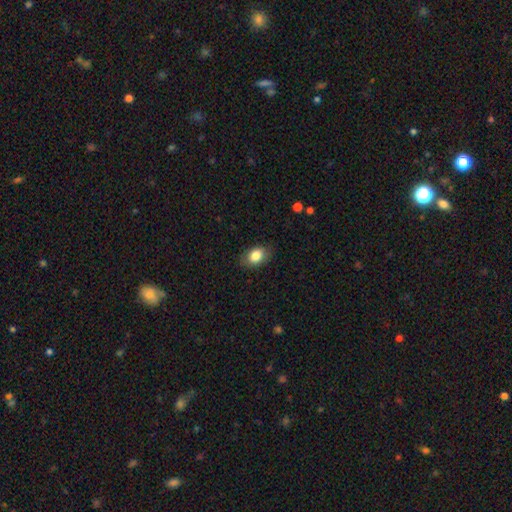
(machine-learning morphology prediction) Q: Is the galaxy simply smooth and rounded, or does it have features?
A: smooth — 83%.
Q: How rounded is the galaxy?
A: in between — 80%.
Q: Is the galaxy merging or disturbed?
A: none — 83%.